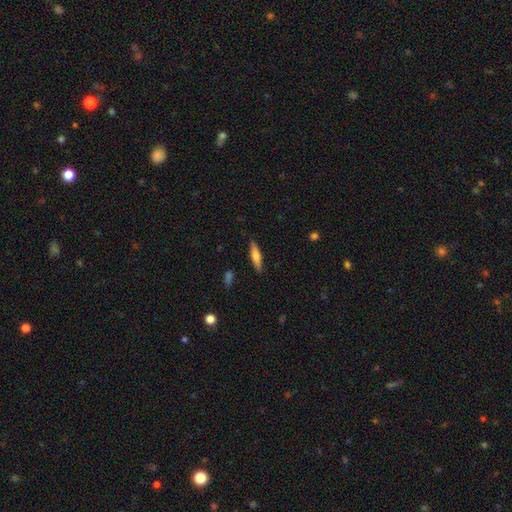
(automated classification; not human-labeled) A smooth galaxy with no disk features (58%) that is cigar-shaped (77%).

Vote fractions:
- Smooth or featured? smooth: 58% / featured or disk: 36% / star or artifact: 6%
- How rounded? cigar-shaped: 77% / in between: 21% / round: 2%
- Merging? none: 88% / minor disturbance: 9% / major disturbance: 2% / merger: 1%